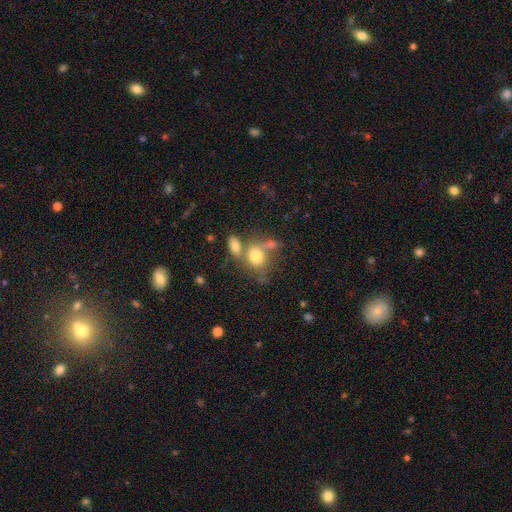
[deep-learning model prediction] Smooth or featured? smooth (74%)
How rounded? round (53%)
Merging? merger (42%)